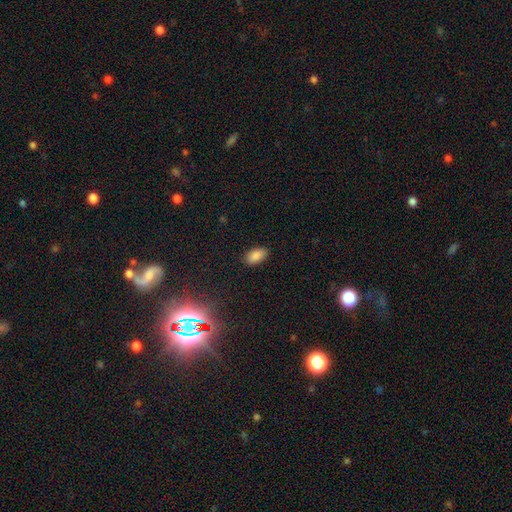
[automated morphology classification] Q: Smooth or featured?
A: smooth (86%); runner-up: star or artifact (10%)
Q: How rounded?
A: in between (93%); runner-up: round (4%)
Q: Merging?
A: none (88%); runner-up: minor disturbance (9%)